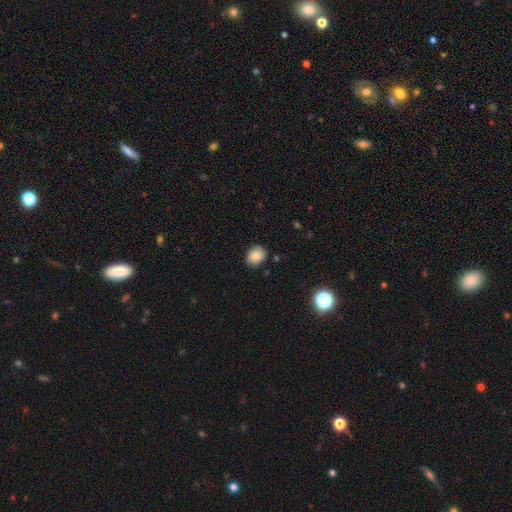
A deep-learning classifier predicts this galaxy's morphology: This is clearly a smooth galaxy (82%). How rounded: likely round (63%). Merging: likely none (79%).